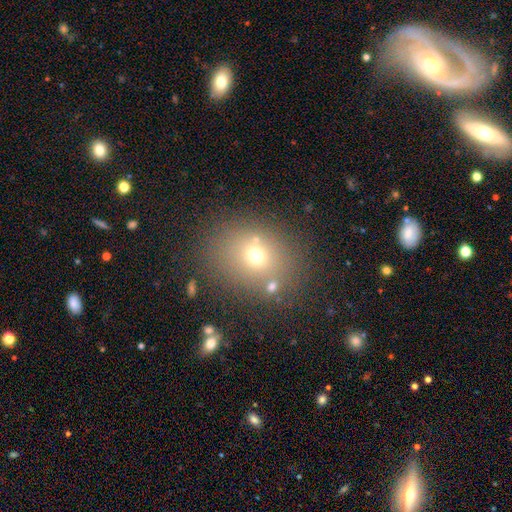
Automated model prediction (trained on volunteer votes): This appears to be a smooth galaxy with no disk features (65%) that is round (54%). Merging: none (76%).